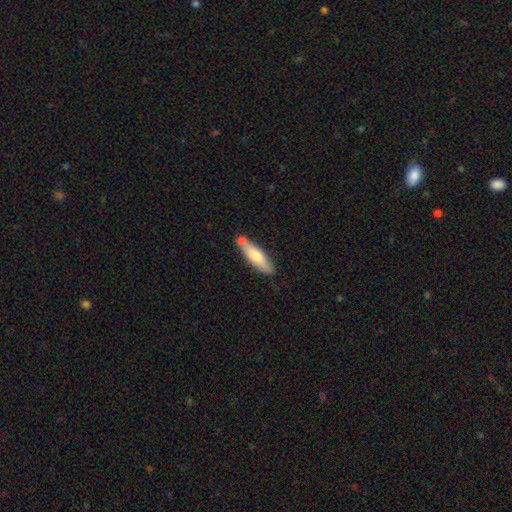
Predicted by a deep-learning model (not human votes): smooth_or_featured: smooth (p=0.69) [alt: featured or disk p=0.26]
how_rounded: cigar-shaped (p=0.63) [alt: in between p=0.36]
merging: none (p=0.62) [alt: merger p=0.19]